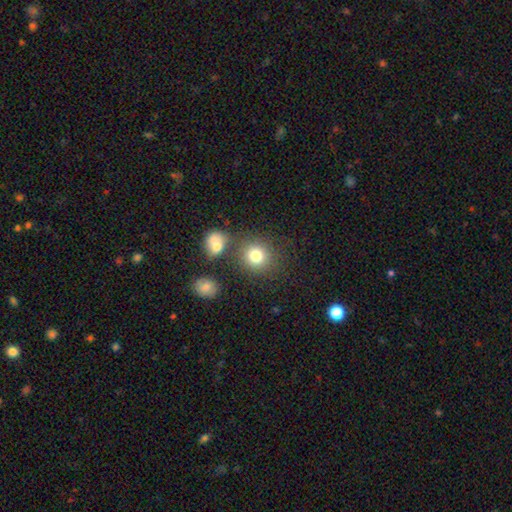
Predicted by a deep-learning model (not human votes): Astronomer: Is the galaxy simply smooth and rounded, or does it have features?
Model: smooth — 79%.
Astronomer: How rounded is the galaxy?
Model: round — 87%.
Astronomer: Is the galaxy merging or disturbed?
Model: none — 76%.